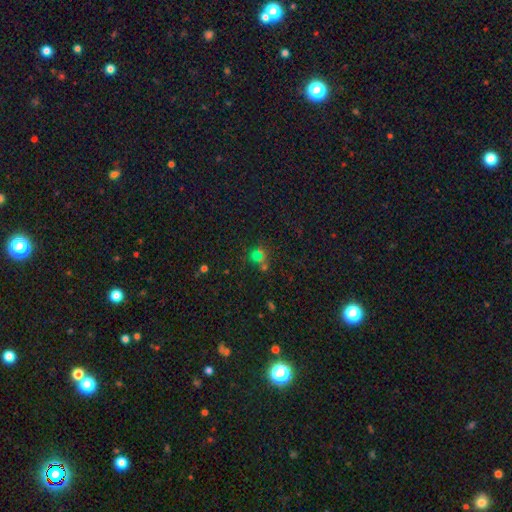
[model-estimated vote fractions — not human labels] The model was most divided on "smooth or featured": star or artifact: 49%, smooth: 36%, featured or disk: 15%.